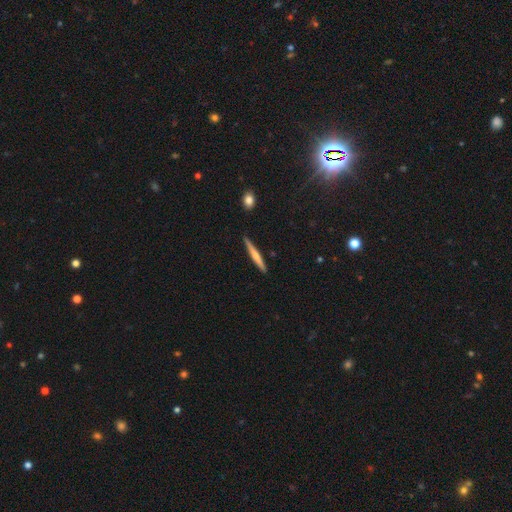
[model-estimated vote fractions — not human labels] smooth_or_featured: smooth (p=0.48) [alt: featured or disk p=0.46]
merging: none (p=0.89) [alt: minor disturbance p=0.08]